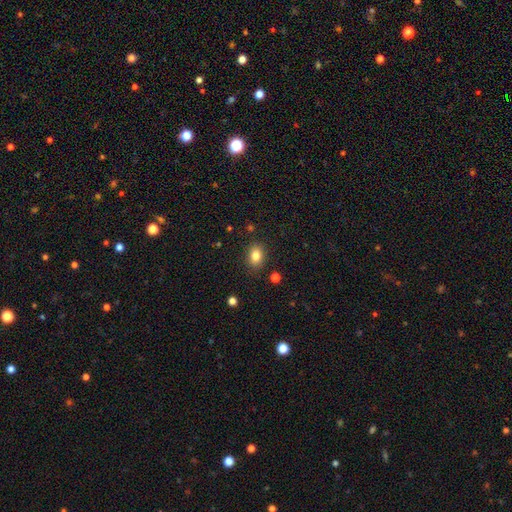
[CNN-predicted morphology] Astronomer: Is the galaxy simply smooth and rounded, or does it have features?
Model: smooth — 83%.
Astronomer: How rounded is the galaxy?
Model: in between — 68%.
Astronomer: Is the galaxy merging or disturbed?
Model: none — 86%.